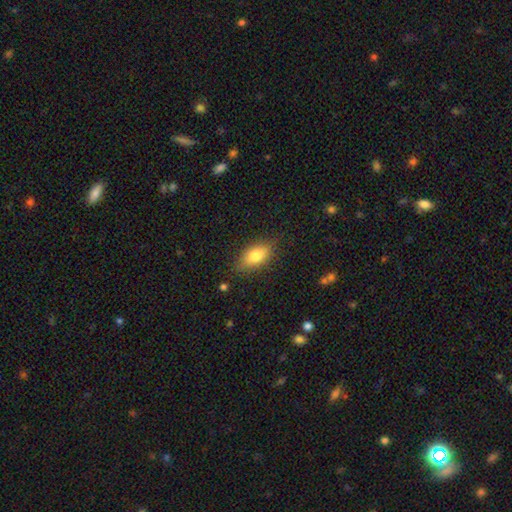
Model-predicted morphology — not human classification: A smooth galaxy with no disk features (79%) that is in between round and cigar-shaped (87%).

Vote fractions:
- Smooth or featured? smooth: 79% / featured or disk: 14% / star or artifact: 8%
- How rounded? in between: 87% / cigar-shaped: 8% / round: 5%
- Merging? none: 81% / minor disturbance: 15% / major disturbance: 3% / merger: 1%